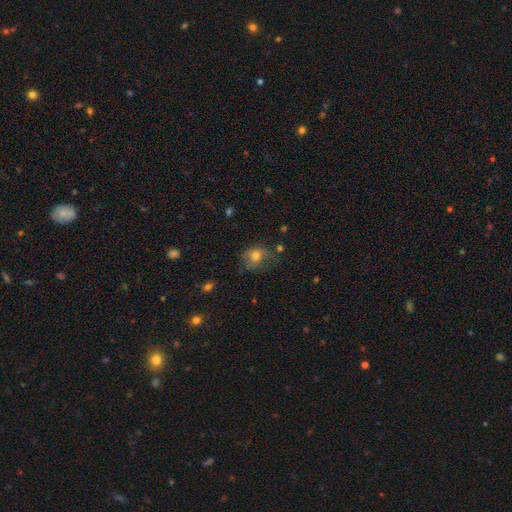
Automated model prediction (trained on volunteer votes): This is likely a smooth galaxy (68%). How rounded: possibly round (57%). Merging: marginally none (44%).